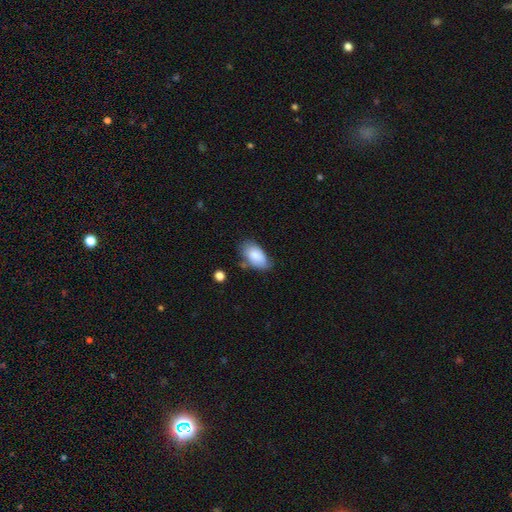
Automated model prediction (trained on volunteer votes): Smooth or featured: smooth — 82% (featured or disk — 11%)
How rounded: in between — 94% (round — 4%)
Merging: none — 58% (minor disturbance — 30%)